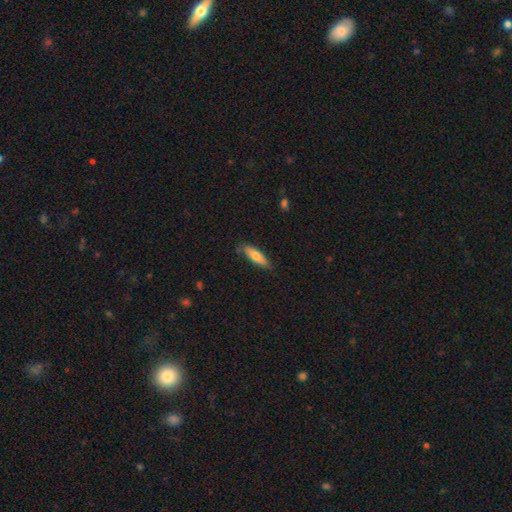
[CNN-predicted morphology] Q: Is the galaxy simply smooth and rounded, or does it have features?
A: smooth — 72%.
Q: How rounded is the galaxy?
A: cigar-shaped — 51%.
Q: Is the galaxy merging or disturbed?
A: none — 76%.